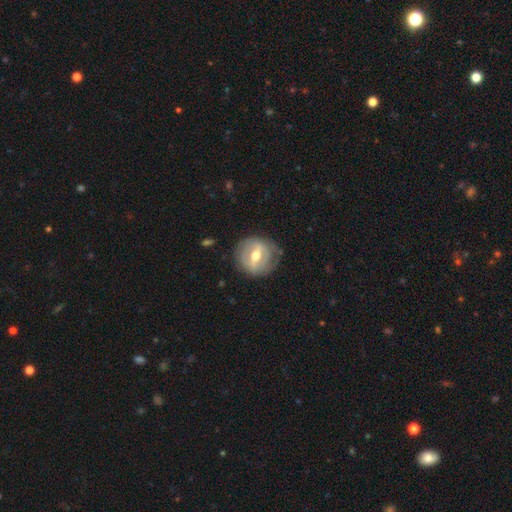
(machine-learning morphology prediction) featured or disk 63%, smooth 31%, star or artifact 6%. Down the decision tree: edge-on disk — no (91%); bar — strong (47%); spiral arms — no (60%); bulge size — moderate (74%); merging — none (77%).